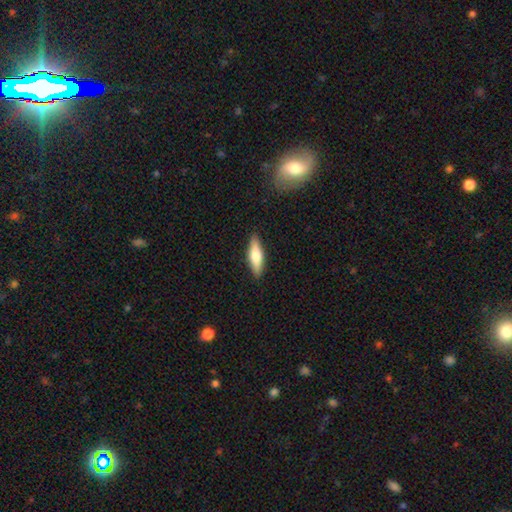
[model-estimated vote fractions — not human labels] This is likely a smooth galaxy (65%). How rounded: possibly cigar-shaped (57%). Merging: clearly none (89%).